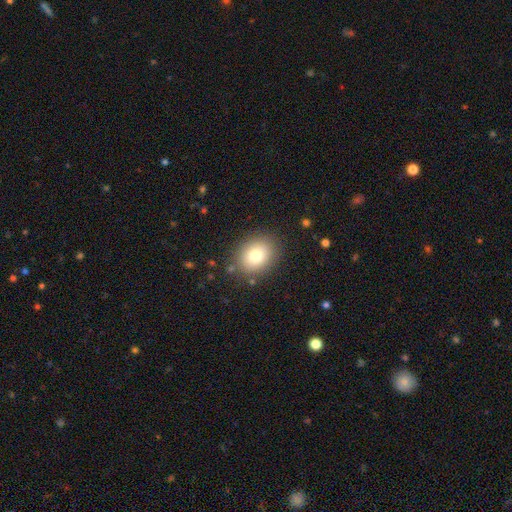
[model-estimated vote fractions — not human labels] Q: Smooth or featured?
A: smooth (78%); runner-up: featured or disk (11%)
Q: How rounded?
A: round (56%); runner-up: in between (43%)
Q: Merging?
A: none (85%); runner-up: minor disturbance (10%)